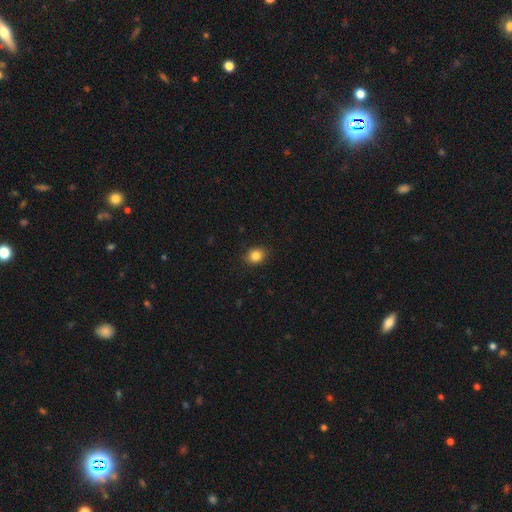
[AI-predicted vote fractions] Q: Smooth or featured?
A: smooth (85%); runner-up: star or artifact (10%)
Q: How rounded?
A: round (60%); runner-up: in between (39%)
Q: Merging?
A: none (87%); runner-up: minor disturbance (10%)